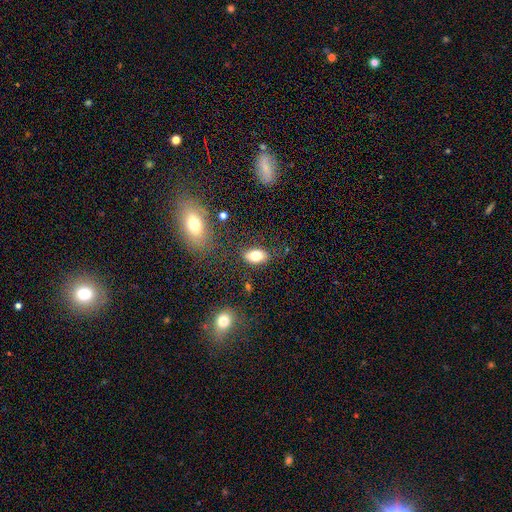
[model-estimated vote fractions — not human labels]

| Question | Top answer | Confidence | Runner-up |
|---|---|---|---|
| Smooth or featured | smooth | 79% | featured or disk (12%) |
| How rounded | in between | 88% | round (9%) |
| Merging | none | 78% | minor disturbance (14%) |